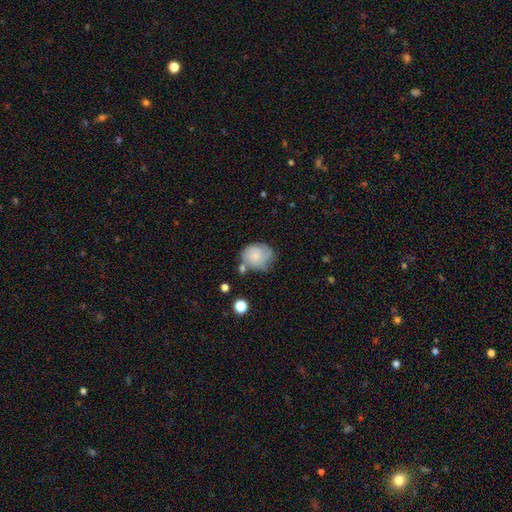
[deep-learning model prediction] A smooth galaxy with no disk features (76%) that is round (62%). Merging: none (49%).